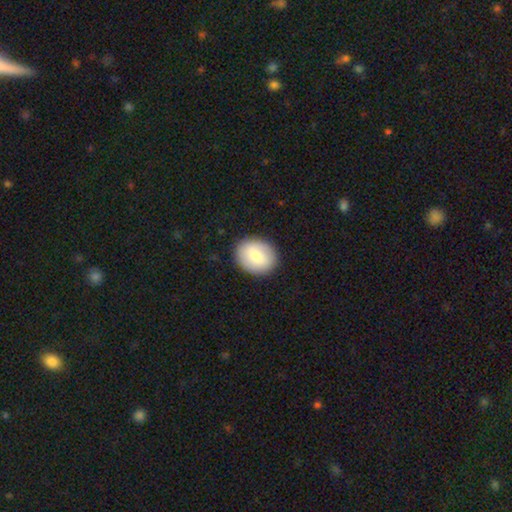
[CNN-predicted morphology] Overall: smooth (76%). How rounded: in between (51%; round 48%). Merging: none (88%).